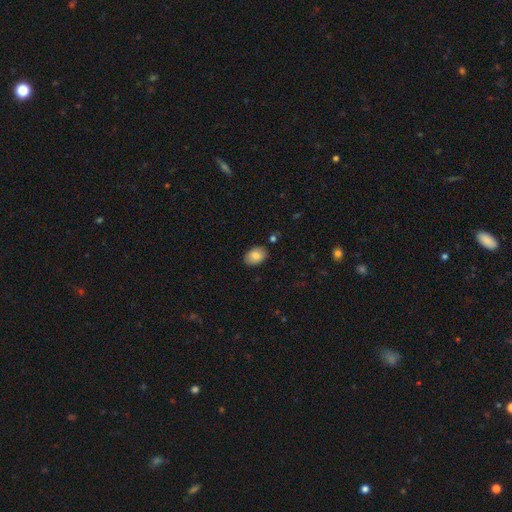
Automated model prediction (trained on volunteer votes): Smooth or featured?
  - smooth: 83% *
  - featured or disk: 10%
  - star or artifact: 7%
How rounded?
  - in between: 87% *
  - round: 12%
  - cigar-shaped: 1%
Merging?
  - none: 85% *
  - minor disturbance: 10%
  - major disturbance: 2%
  - merger: 2%